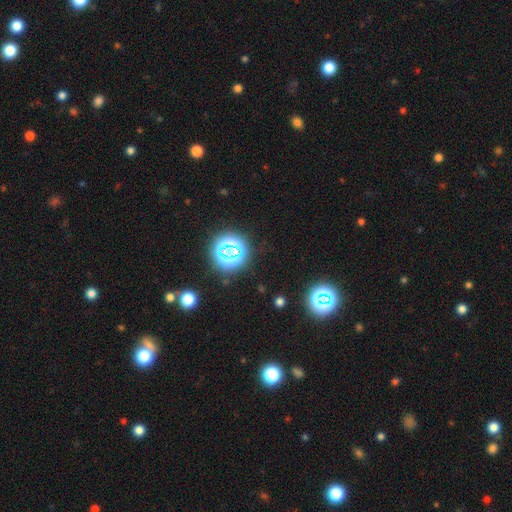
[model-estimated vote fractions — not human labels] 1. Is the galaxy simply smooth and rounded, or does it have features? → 75% star or artifact, 19% smooth, 6% featured or disk.